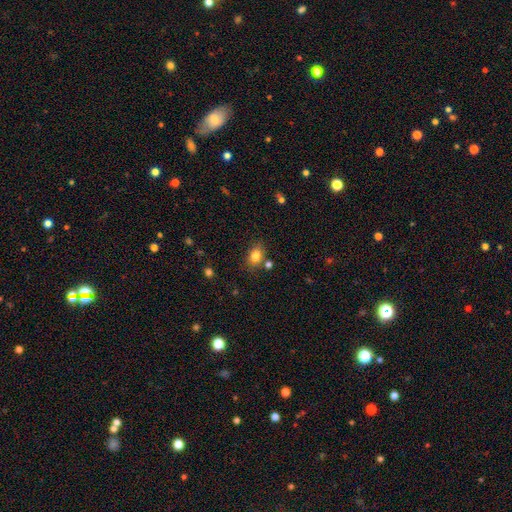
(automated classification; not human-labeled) Smooth or featured? Predicted: smooth (p=0.80). How rounded? Predicted: in between (p=0.68). Merging? Predicted: none (p=0.75).